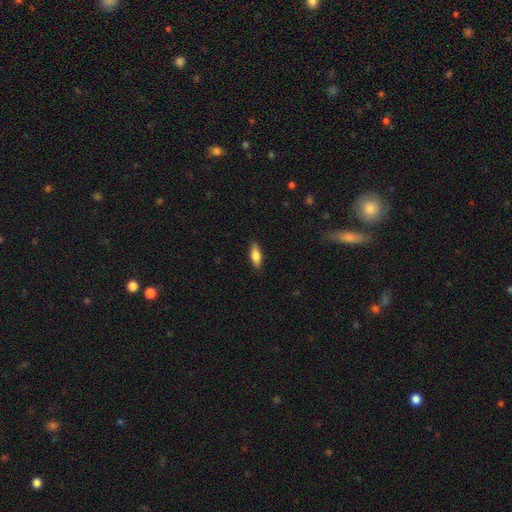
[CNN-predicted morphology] A smooth galaxy with no disk features (75%) that is in between round and cigar-shaped (62%).

Vote fractions:
- Smooth or featured? smooth: 75% / featured or disk: 18% / star or artifact: 6%
- How rounded? in between: 62% / cigar-shaped: 36% / round: 2%
- Merging? none: 86% / minor disturbance: 11% / major disturbance: 2% / merger: 1%